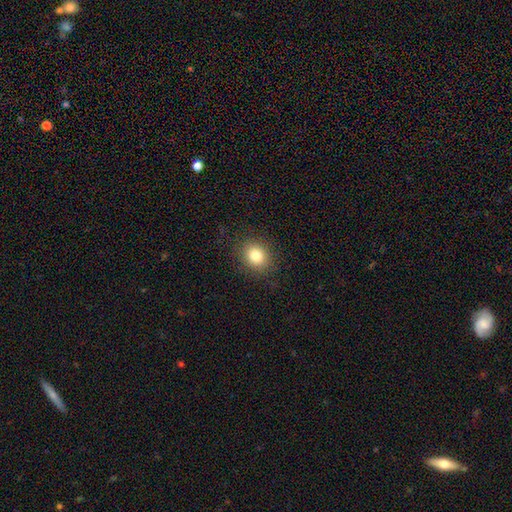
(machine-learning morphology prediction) The model was most divided on "how rounded": round: 66%, in between: 33%, cigar-shaped: 1%. More confident: merging — none (89%); smooth or featured — smooth (81%).